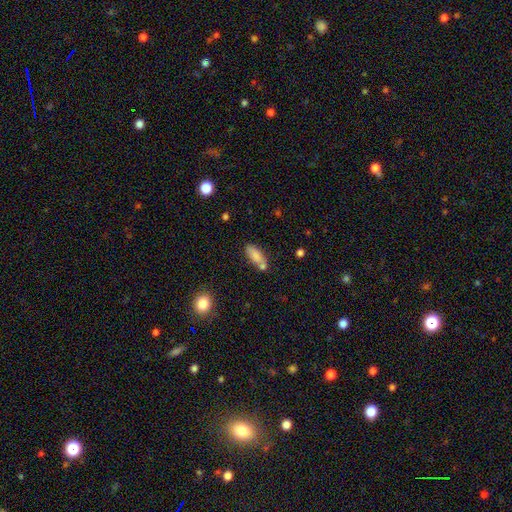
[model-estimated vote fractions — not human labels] A smooth galaxy with no disk features (80%) that is in between round and cigar-shaped (72%).

Vote fractions:
- Smooth or featured? smooth: 80% / featured or disk: 12% / star or artifact: 8%
- How rounded? in between: 72% / cigar-shaped: 26% / round: 3%
- Merging? none: 59% / merger: 20% / minor disturbance: 17% / major disturbance: 4%